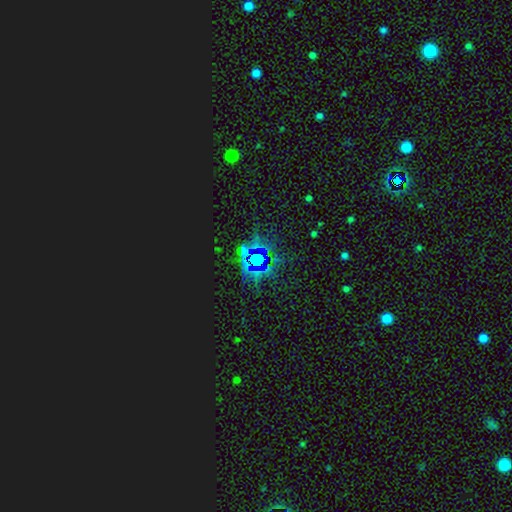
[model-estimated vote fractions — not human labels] Morphology: type=star or artifact (79%).